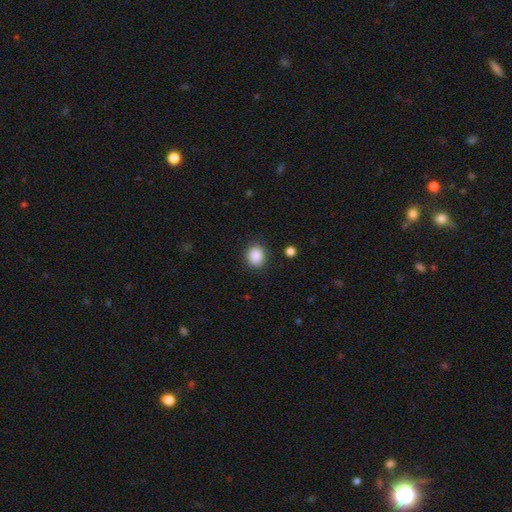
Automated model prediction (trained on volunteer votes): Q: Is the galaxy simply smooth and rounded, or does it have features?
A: smooth — 88%.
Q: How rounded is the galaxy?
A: round — 72%.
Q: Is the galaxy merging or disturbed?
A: none — 87%.